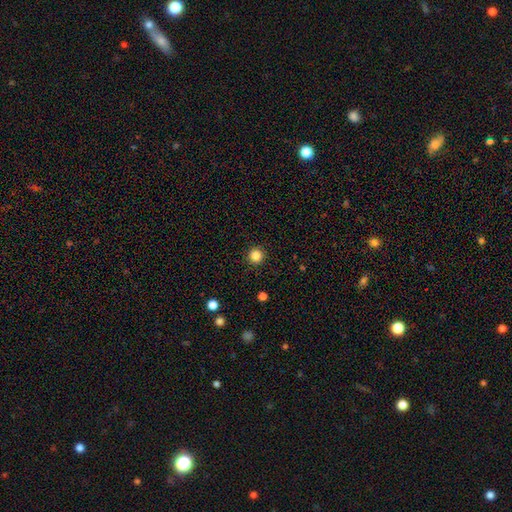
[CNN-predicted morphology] Smooth or featured? smooth (85%)
How rounded? round (96%)
Merging? none (92%)